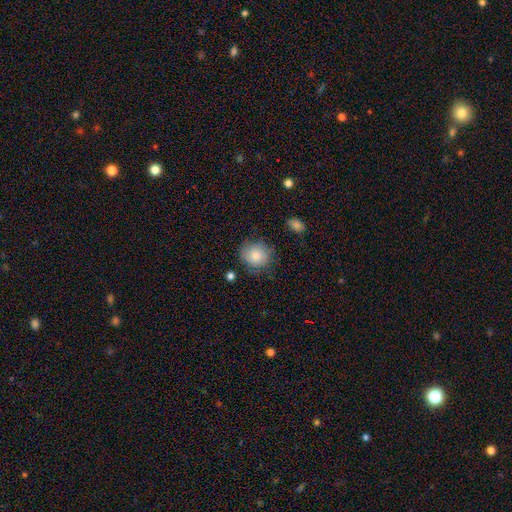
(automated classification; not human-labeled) smooth_or_featured: smooth (p=0.83) [alt: featured or disk p=0.09]
how_rounded: round (p=0.82) [alt: in between p=0.17]
merging: none (p=0.75) [alt: minor disturbance p=0.18]